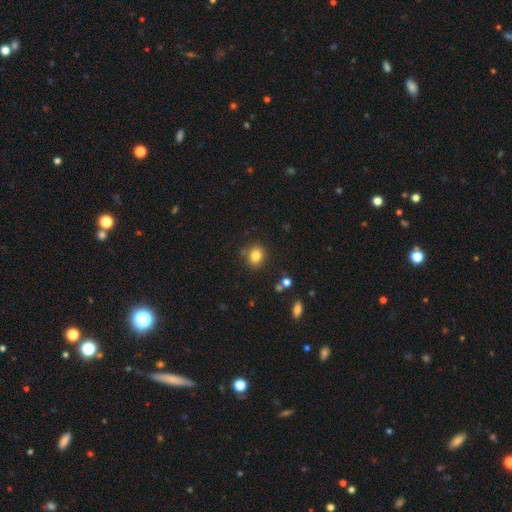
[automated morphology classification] This appears to be a smooth galaxy with no disk features (81%) that is round (70%). Merging: none (83%).